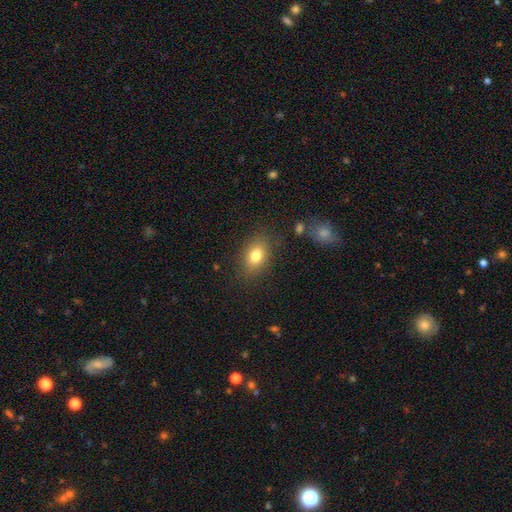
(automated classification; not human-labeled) Overall: smooth (79%). How rounded: in between (78%). Merging: none (83%).